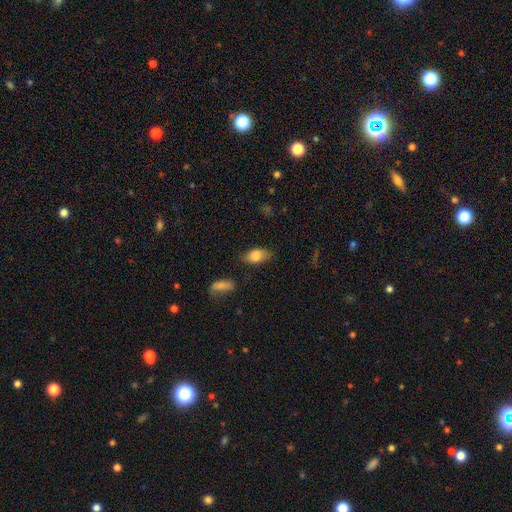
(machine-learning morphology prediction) A smooth galaxy with no disk features (81%) that is in between round and cigar-shaped (89%).

Vote fractions:
- Smooth or featured? smooth: 81% / featured or disk: 12% / star or artifact: 8%
- How rounded? in between: 89% / round: 6% / cigar-shaped: 4%
- Merging? none: 75% / minor disturbance: 18% / major disturbance: 4% / merger: 3%